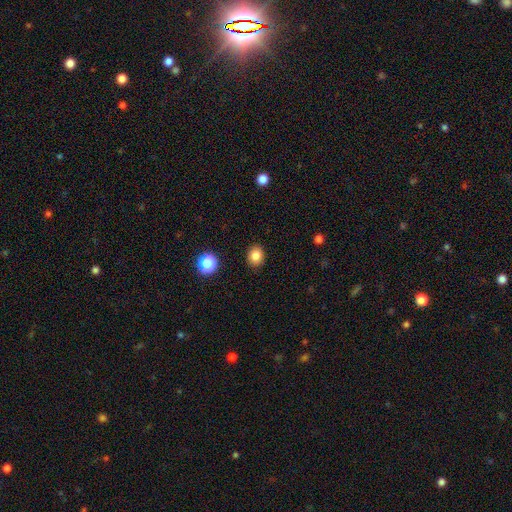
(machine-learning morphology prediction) Smooth or featured?
  - smooth: 83% *
  - star or artifact: 12%
  - featured or disk: 5%
How rounded?
  - round: 64% *
  - in between: 35%
  - cigar-shaped: 1%
Merging?
  - none: 90% *
  - minor disturbance: 7%
  - major disturbance: 2%
  - merger: 1%